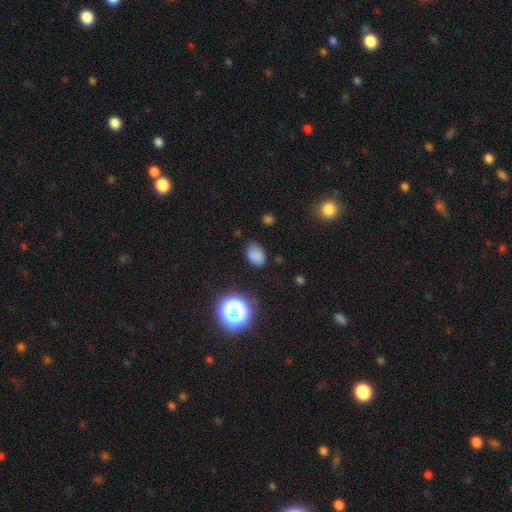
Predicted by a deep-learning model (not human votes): Smooth or featured: smooth — 79% (star or artifact — 15%)
How rounded: in between — 76% (round — 23%)
Merging: none — 70% (minor disturbance — 22%)